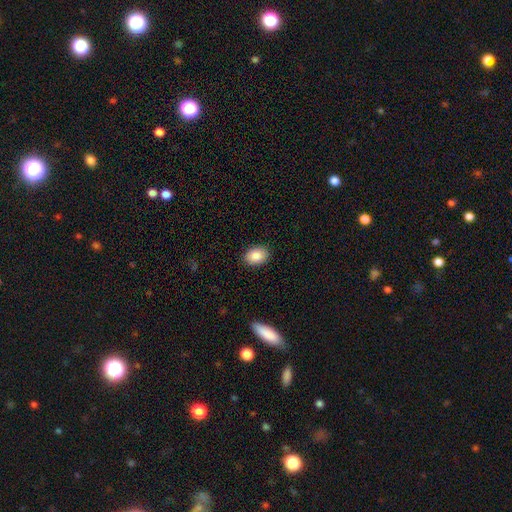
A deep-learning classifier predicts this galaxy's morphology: Overall: smooth (88%). How rounded: in between (80%). Merging: none (89%).